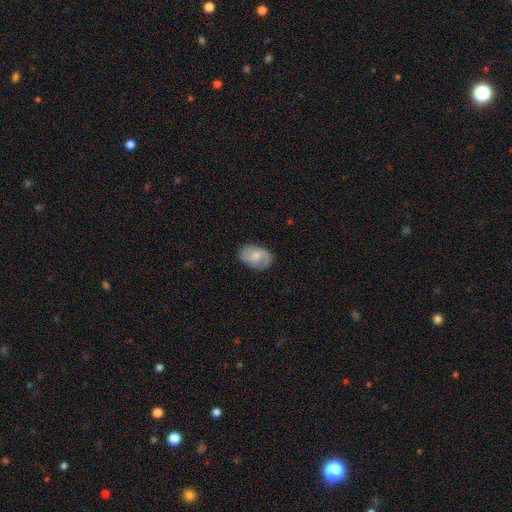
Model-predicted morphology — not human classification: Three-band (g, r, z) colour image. It shows a featured or disk galaxy (47%). Merging: none (78%).